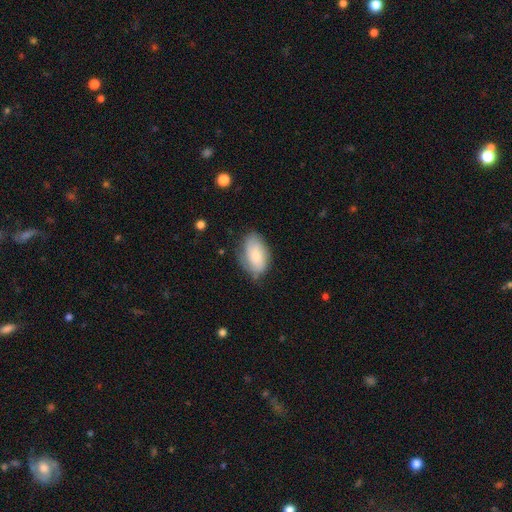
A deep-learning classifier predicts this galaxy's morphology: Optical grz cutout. It shows a smooth galaxy with no disk features (66%) that is in between round and cigar-shaped (92%). Merging: none (65%).